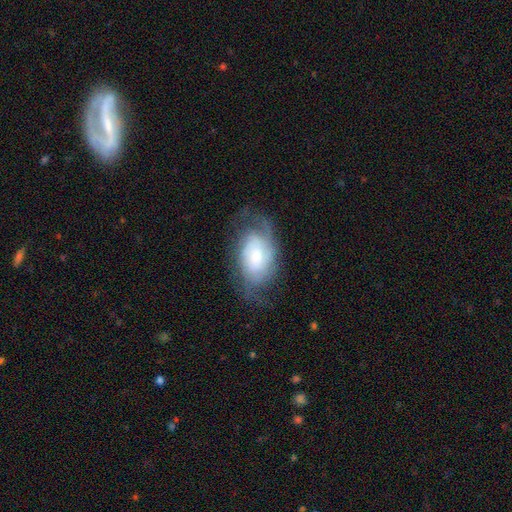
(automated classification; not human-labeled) smooth_or_featured: featured or disk (p=0.71) [alt: smooth p=0.22]
disk_edge_on: no (p=0.96) [alt: yes p=0.04]
bar: no (p=0.65) [alt: weak p=0.30]
has_spiral_arms: yes (p=0.91) [alt: no p=0.09]
spiral_winding: tight (p=0.41) [alt: medium p=0.40]
spiral_arm_count: 2 (p=0.44) [alt: can't tell p=0.31]
bulge_size: moderate (p=0.39) [alt: small p=0.36]
merging: none (p=0.62) [alt: minor disturbance p=0.22]